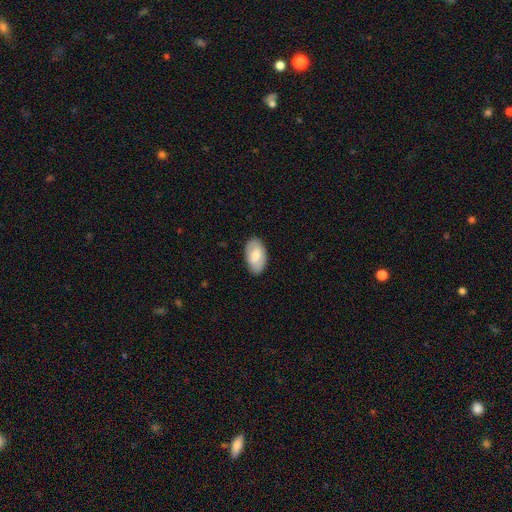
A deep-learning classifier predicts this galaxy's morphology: This appears to be a smooth galaxy with no disk features (71%) that is in between round and cigar-shaped (95%). Merging: none (84%).